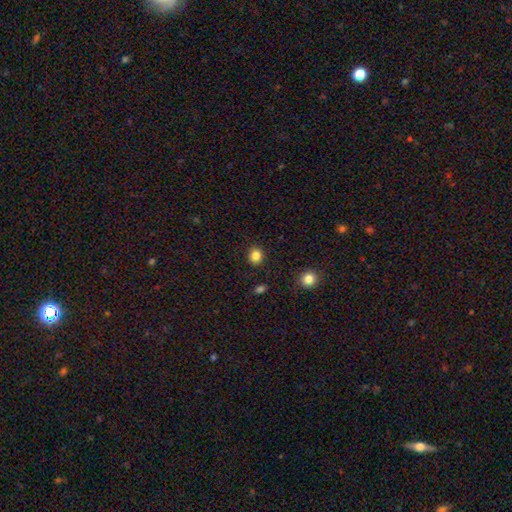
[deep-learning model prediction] Smooth or featured? smooth (84%)
How rounded? round (81%)
Merging? none (90%)